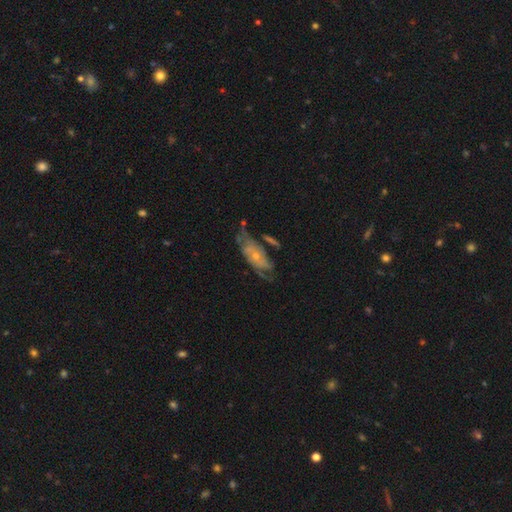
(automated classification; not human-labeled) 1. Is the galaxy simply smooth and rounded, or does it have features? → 70% featured or disk, 23% smooth, 7% star or artifact.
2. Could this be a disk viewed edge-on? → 89% no, 11% yes.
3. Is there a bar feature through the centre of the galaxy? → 78% no, 18% weak, 4% strong.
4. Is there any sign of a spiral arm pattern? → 70% yes, 30% no.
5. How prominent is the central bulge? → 67% small, 28% moderate, 3% none, 2% large, 1% dominant.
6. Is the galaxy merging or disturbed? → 41% none, 26% minor disturbance, 24% major disturbance, 10% merger.